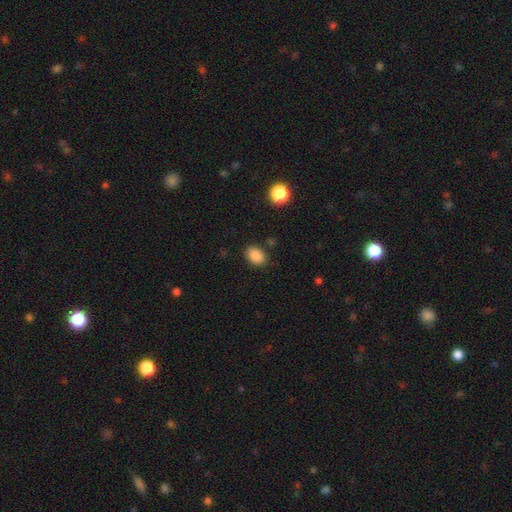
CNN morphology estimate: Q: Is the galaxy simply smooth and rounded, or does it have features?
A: smooth — 87%.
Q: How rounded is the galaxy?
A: in between — 76%.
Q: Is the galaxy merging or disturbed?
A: none — 85%.